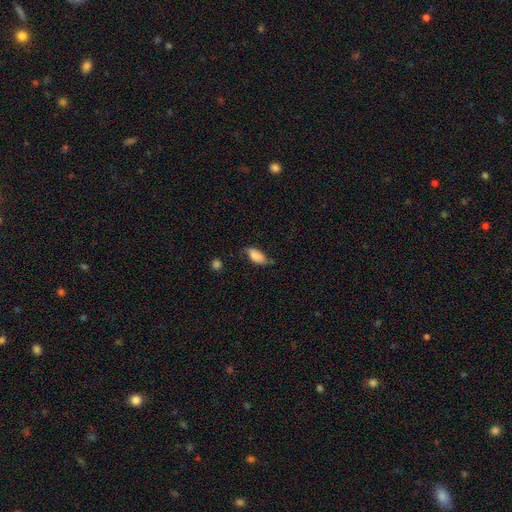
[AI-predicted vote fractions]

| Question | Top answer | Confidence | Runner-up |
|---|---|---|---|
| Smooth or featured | smooth | 83% | featured or disk (10%) |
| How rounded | in between | 85% | cigar-shaped (13%) |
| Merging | none | 57% | minor disturbance (32%) |